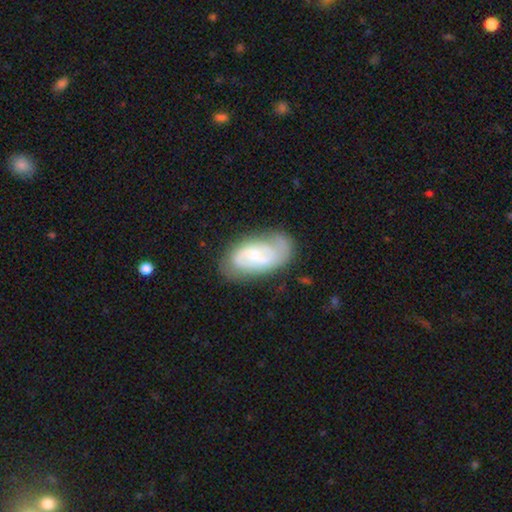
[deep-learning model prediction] This appears to be a featured or disk galaxy (68%) with no bar (57%), 2 (60%) medium (40%) spiral arms (80%) and a small central bulge (56%). Merging: none (64%).